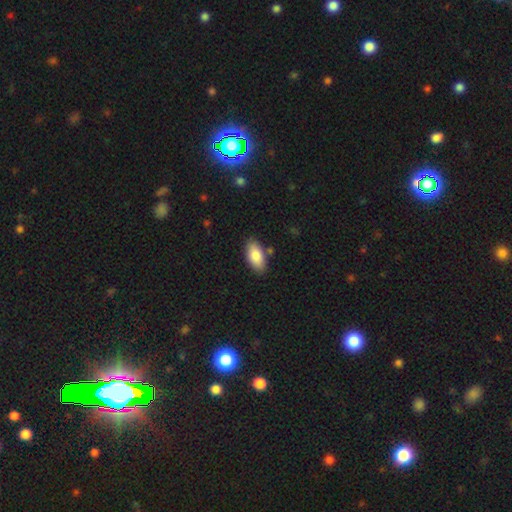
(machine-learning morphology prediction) smooth 85%, featured or disk 9%, star or artifact 6%. Down the decision tree: how rounded — in between (92%); merging — none (82%).